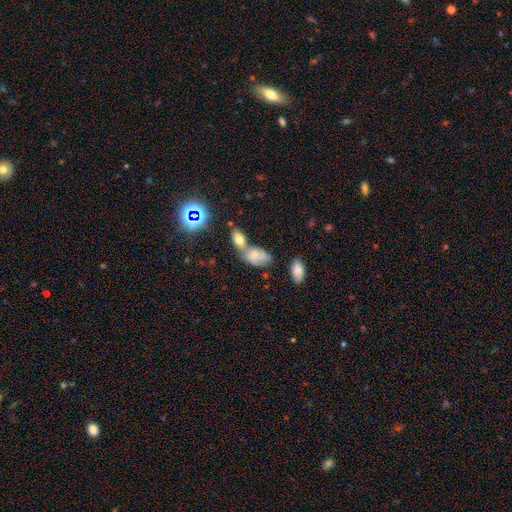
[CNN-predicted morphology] A smooth galaxy with no disk features (63%) that is in between round and cigar-shaped (88%).

Vote fractions:
- Smooth or featured? smooth: 63% / featured or disk: 23% / star or artifact: 15%
- How rounded? in between: 88% / round: 9% / cigar-shaped: 3%
- Merging? merger: 47% / none: 28% / minor disturbance: 16% / major disturbance: 9%